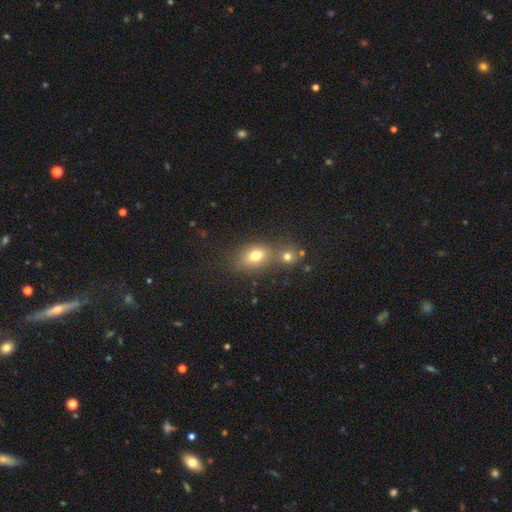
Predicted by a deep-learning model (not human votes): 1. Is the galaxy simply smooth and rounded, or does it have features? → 75% smooth, 13% star or artifact, 12% featured or disk.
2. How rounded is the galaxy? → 68% in between, 29% round, 3% cigar-shaped.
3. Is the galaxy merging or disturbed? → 45% none, 40% merger, 11% minor disturbance, 5% major disturbance.